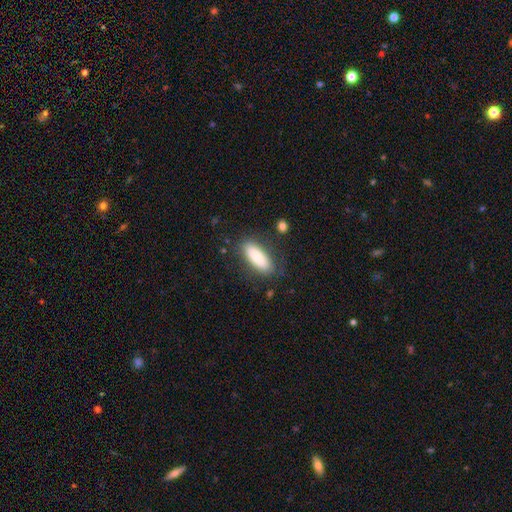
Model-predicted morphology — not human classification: A smooth galaxy with no disk features (84%) that is in between round and cigar-shaped (67%). Merging: none (82%).